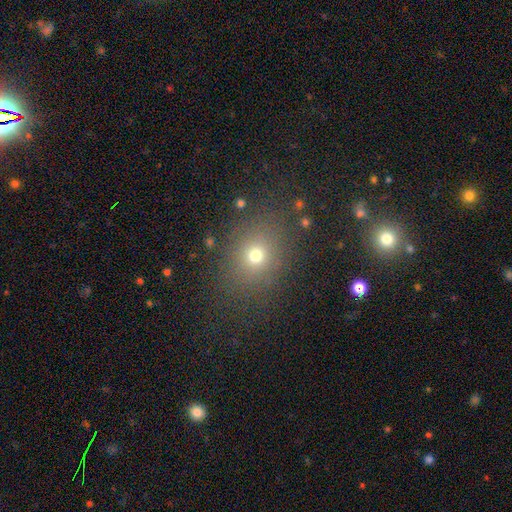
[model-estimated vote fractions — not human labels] Smooth or featured? smooth (69%)
How rounded? round (64%)
Merging? none (81%)